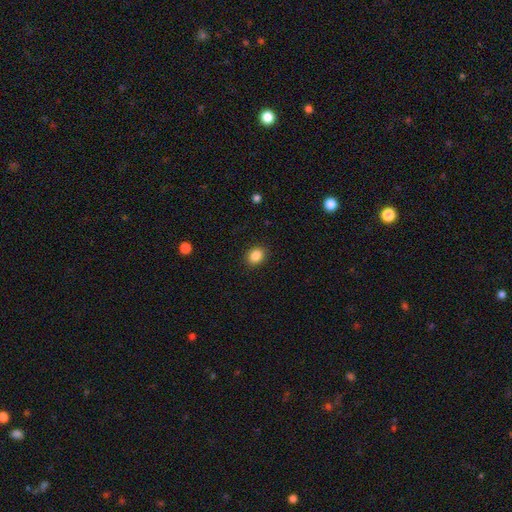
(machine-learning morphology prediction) type=smooth (87%); roundness=round (55%); merging=none (89%).